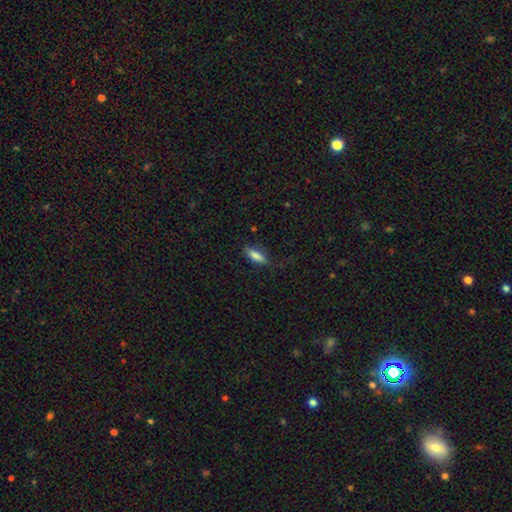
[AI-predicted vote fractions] The model was most divided on "how rounded": in between: 56%, cigar-shaped: 42%, round: 2%. More confident: smooth or featured — smooth (78%); merging — none (73%).